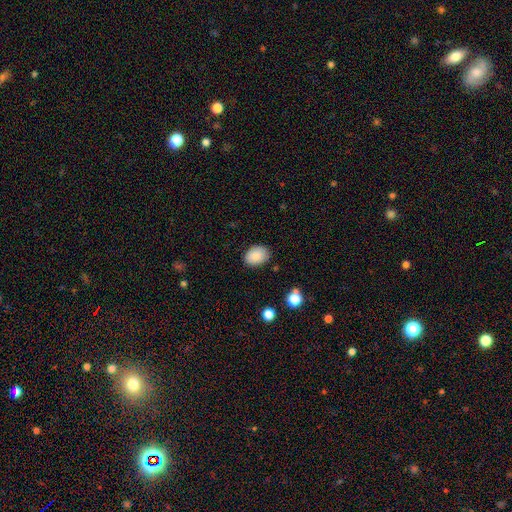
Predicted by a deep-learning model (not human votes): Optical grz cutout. It shows a smooth galaxy with no disk features (87%) that is in between round and cigar-shaped (76%). Merging: none (85%).